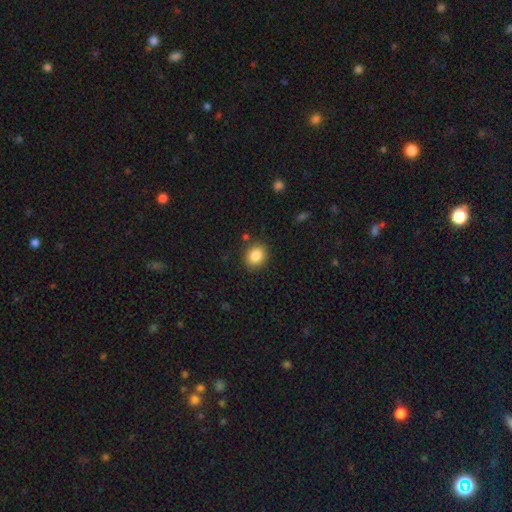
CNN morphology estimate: Smooth or featured? Predicted: smooth (p=0.86). How rounded? Predicted: round (p=0.58). Merging? Predicted: none (p=0.86).